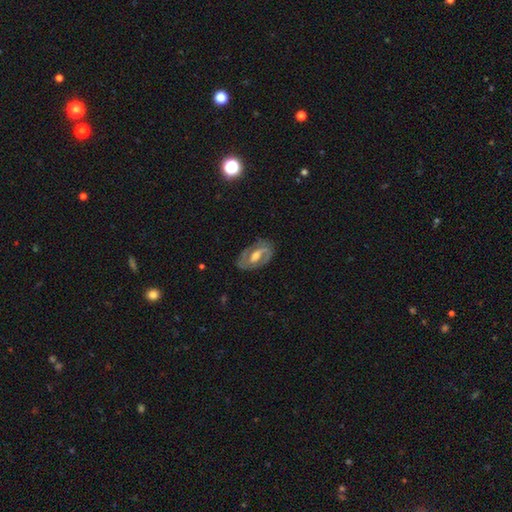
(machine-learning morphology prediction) Smooth or featured: featured or disk — 76% (smooth — 18%)
Edge-on disk: no — 94% (yes — 6%)
Bar: weak — 44% (strong — 31%)
Spiral arms: yes — 77% (no — 23%)
Spiral winding: medium — 46% (tight — 37%)
Spiral arm count: 2 — 80% (can't tell — 11%)
Bulge size: moderate — 62% (small — 17%)
Merging: none — 78% (minor disturbance — 15%)